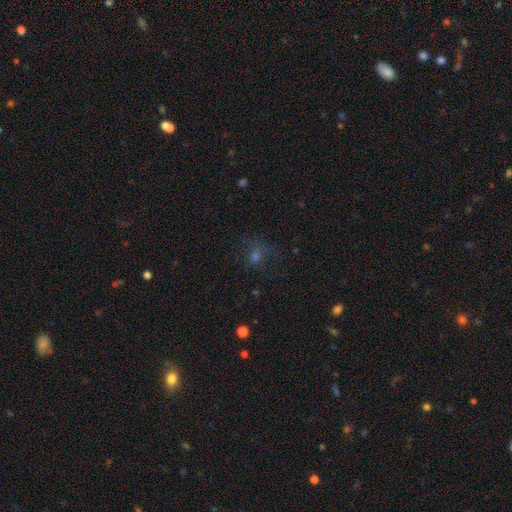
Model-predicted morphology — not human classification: Smooth or featured?
  - smooth: 45% *
  - star or artifact: 38%
  - featured or disk: 17%
Merging?
  - none: 59% *
  - major disturbance: 20%
  - minor disturbance: 18%
  - merger: 2%